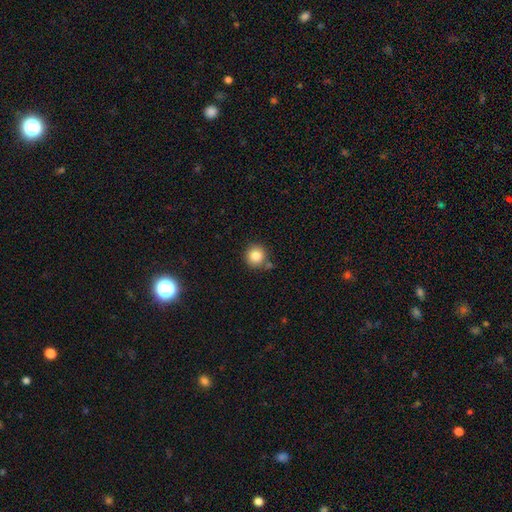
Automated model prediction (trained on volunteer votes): The model was most divided on "merging": none: 79%, minor disturbance: 10%, merger: 9%, major disturbance: 3%. More confident: how rounded — round (93%); smooth or featured — smooth (84%).